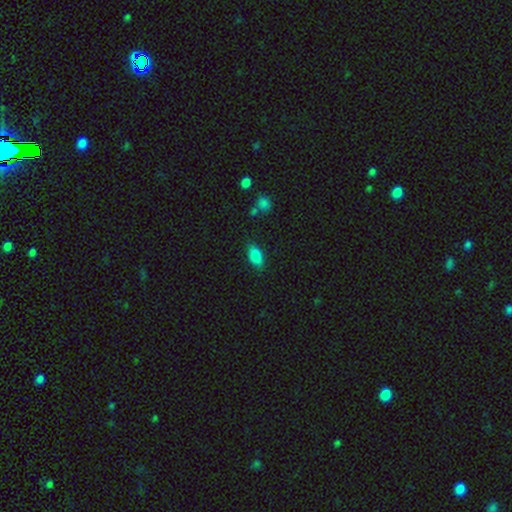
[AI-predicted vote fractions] This is clearly a smooth galaxy (83%). How rounded: clearly in between (88%). Merging: clearly none (82%).